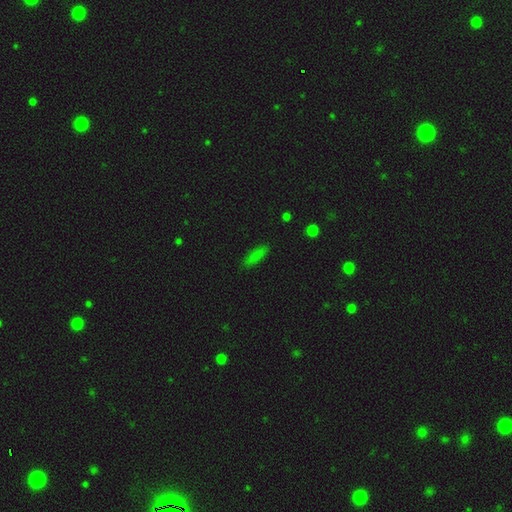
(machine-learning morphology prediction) Q: Smooth or featured?
A: smooth (79%); runner-up: star or artifact (12%)
Q: How rounded?
A: cigar-shaped (50%); runner-up: in between (47%)
Q: Merging?
A: none (85%); runner-up: minor disturbance (11%)